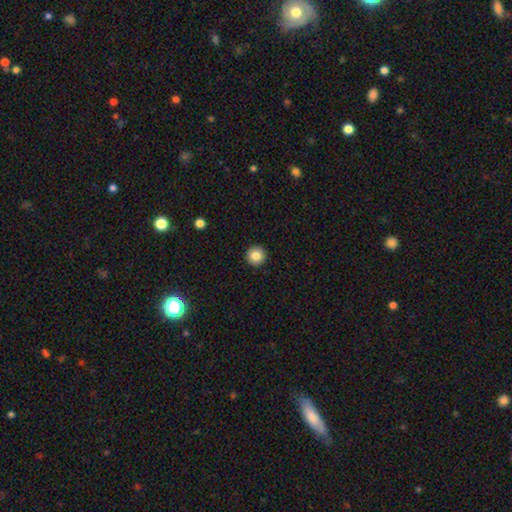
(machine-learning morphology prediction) Smooth or featured?
  - smooth: 84% *
  - star or artifact: 10%
  - featured or disk: 6%
How rounded?
  - round: 96% *
  - in between: 3%
  - cigar-shaped: 1%
Merging?
  - none: 94% *
  - minor disturbance: 4%
  - major disturbance: 1%
  - merger: 1%